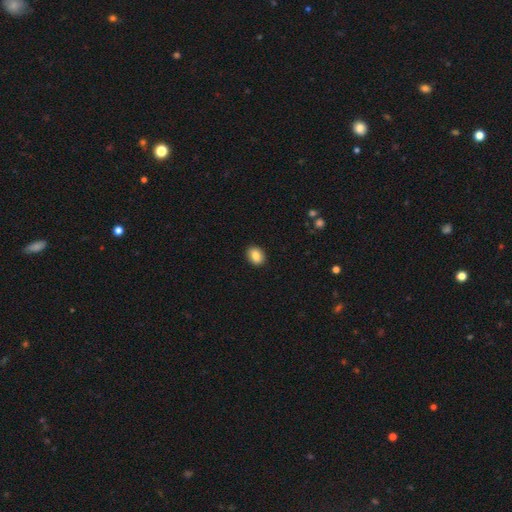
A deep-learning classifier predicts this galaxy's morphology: Smooth or featured: smooth — 85% (star or artifact — 8%)
How rounded: in between — 65% (round — 34%)
Merging: none — 91% (minor disturbance — 7%)